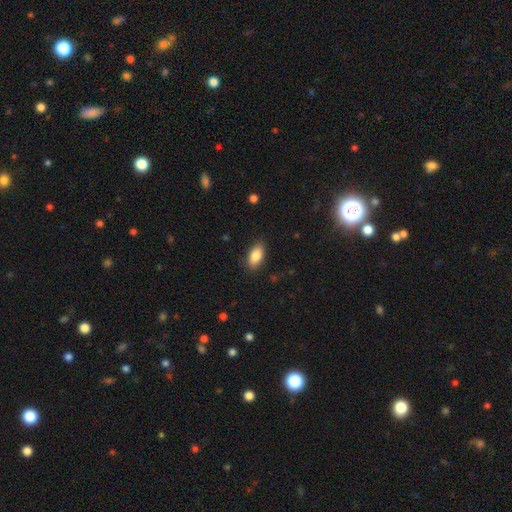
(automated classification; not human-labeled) A smooth galaxy with no disk features (84%) that is in between round and cigar-shaped (89%).

Vote fractions:
- Smooth or featured? smooth: 84% / featured or disk: 9% / star or artifact: 7%
- How rounded? in between: 89% / cigar-shaped: 7% / round: 4%
- Merging? none: 85% / minor disturbance: 11% / major disturbance: 2% / merger: 1%